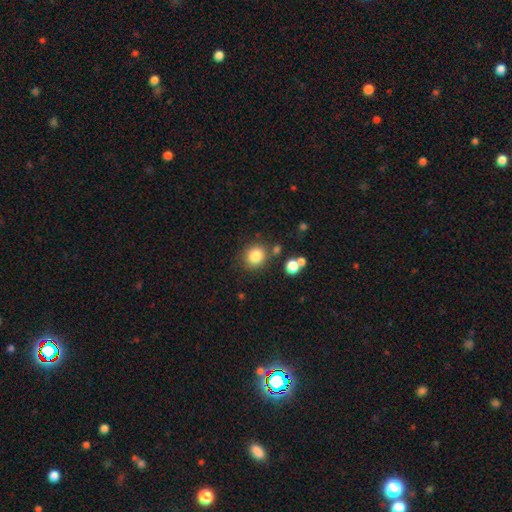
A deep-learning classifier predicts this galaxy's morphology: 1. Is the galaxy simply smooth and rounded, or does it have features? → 83% smooth, 11% star or artifact, 6% featured or disk.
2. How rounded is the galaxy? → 84% round, 15% in between, 1% cigar-shaped.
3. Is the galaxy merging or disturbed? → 79% none, 10% minor disturbance, 7% merger, 4% major disturbance.